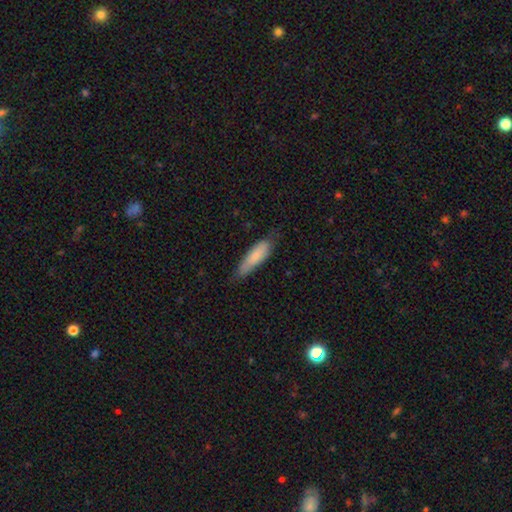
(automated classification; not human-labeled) Overall: smooth (80%). How rounded: cigar-shaped (58%; in between 40%). Merging: none (65%; minor disturbance 28%).